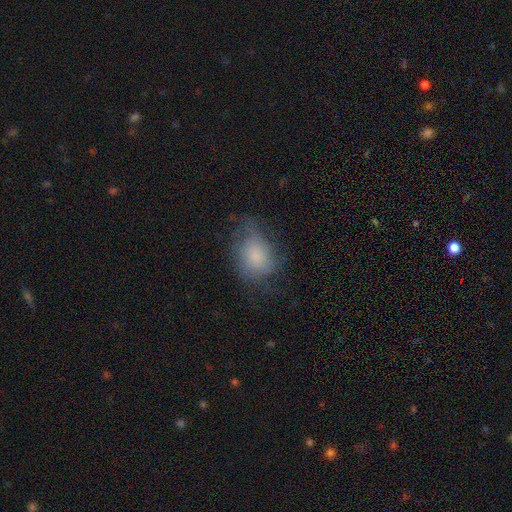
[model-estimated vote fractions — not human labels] Smooth or featured? Predicted: smooth (p=0.64). How rounded? Predicted: in between (p=0.57). Merging? Predicted: none (p=0.45).